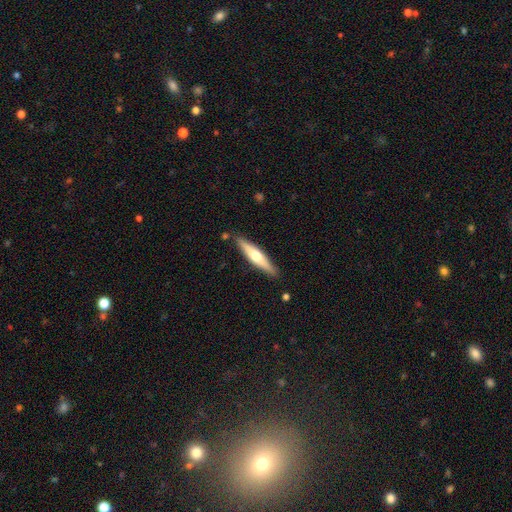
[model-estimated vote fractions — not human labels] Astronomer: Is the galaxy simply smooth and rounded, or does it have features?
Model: featured or disk — 53% (runner-up: smooth, 42%).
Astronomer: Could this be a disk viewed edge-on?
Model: yes — 95%.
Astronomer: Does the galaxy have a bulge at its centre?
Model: rounded — 90%.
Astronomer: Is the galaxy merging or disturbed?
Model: none — 85%.